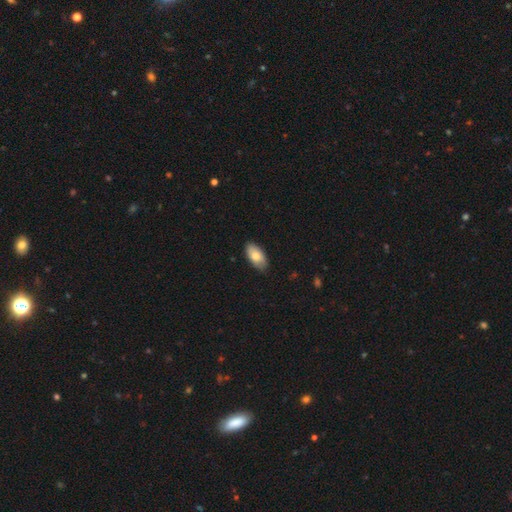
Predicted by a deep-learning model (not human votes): A smooth galaxy with no disk features (76%) that is in between round and cigar-shaped (94%). Merging: none (86%).